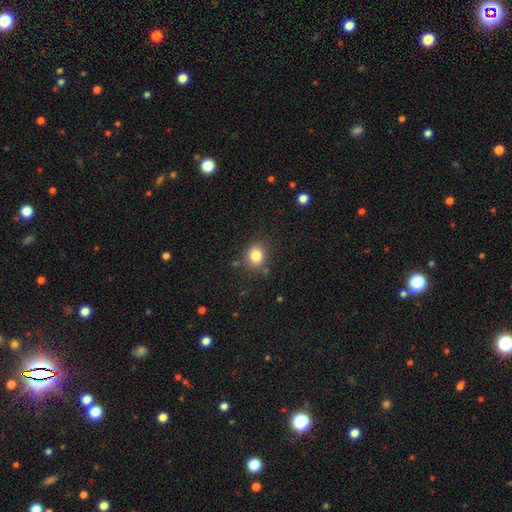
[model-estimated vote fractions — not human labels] Smooth or featured?
  - smooth: 82% *
  - star or artifact: 11%
  - featured or disk: 7%
How rounded?
  - round: 68% *
  - in between: 31%
  - cigar-shaped: 1%
Merging?
  - none: 82% *
  - minor disturbance: 11%
  - merger: 4%
  - major disturbance: 3%